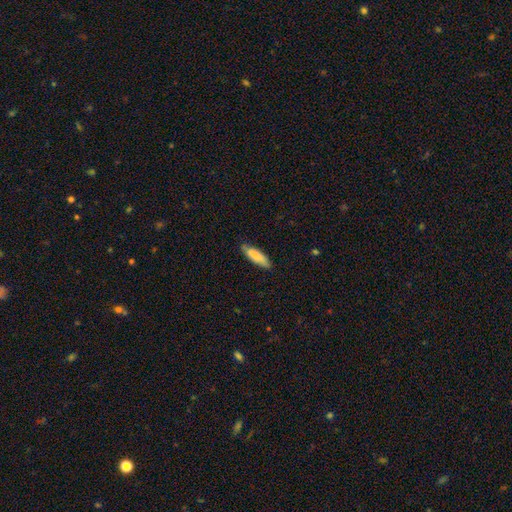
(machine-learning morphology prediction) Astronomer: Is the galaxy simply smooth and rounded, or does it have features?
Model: smooth — 82%.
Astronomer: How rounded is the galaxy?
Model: cigar-shaped — 51% (runner-up: in between, 48%).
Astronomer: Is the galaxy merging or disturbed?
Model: none — 79%.